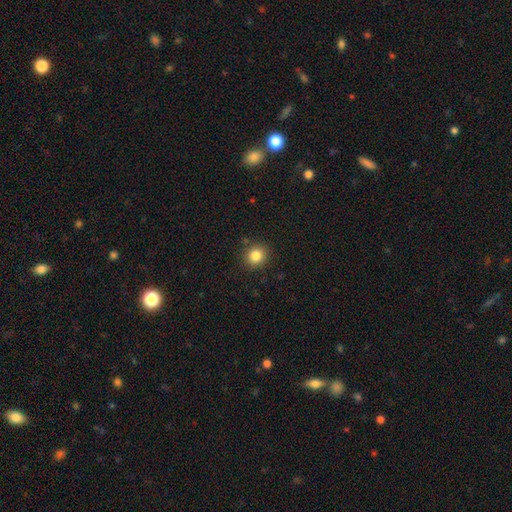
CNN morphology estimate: smooth-or-featured: smooth: 84% | star or artifact: 11% | featured or disk: 5%
  how-rounded: round: 87% | in between: 12% | cigar-shaped: 1%
  merging: none: 89% | minor disturbance: 7% | major disturbance: 2% | merger: 2%